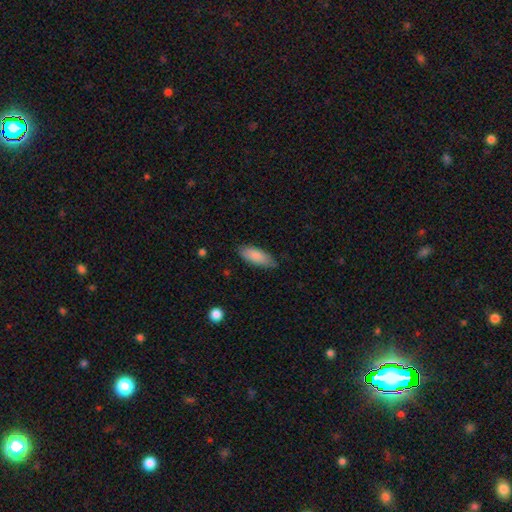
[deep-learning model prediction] Smooth or featured? smooth (86%)
How rounded? in between (77%)
Merging? none (79%)